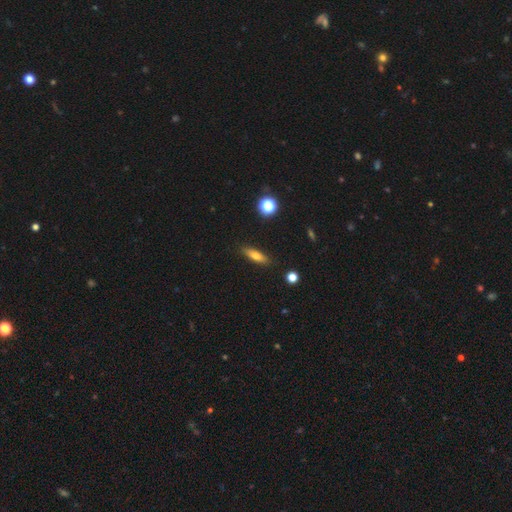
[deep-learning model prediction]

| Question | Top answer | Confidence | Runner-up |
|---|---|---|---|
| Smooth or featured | smooth | 69% | featured or disk (22%) |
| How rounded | cigar-shaped | 55% | in between (41%) |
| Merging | none | 87% | minor disturbance (9%) |